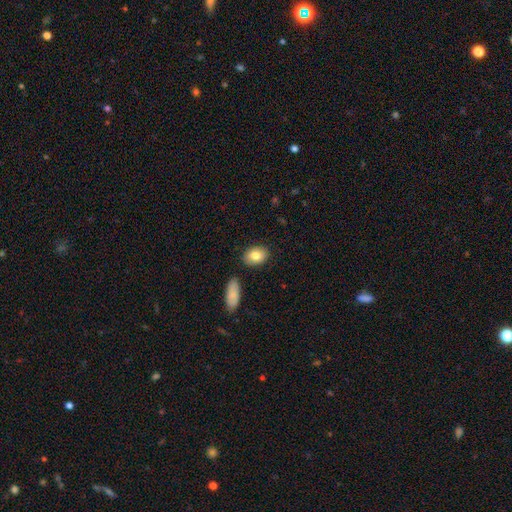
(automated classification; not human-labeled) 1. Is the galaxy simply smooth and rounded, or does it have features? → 82% smooth, 11% featured or disk, 7% star or artifact.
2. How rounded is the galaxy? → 81% in between, 17% round, 2% cigar-shaped.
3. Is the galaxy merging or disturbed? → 85% none, 10% minor disturbance, 4% merger, 2% major disturbance.